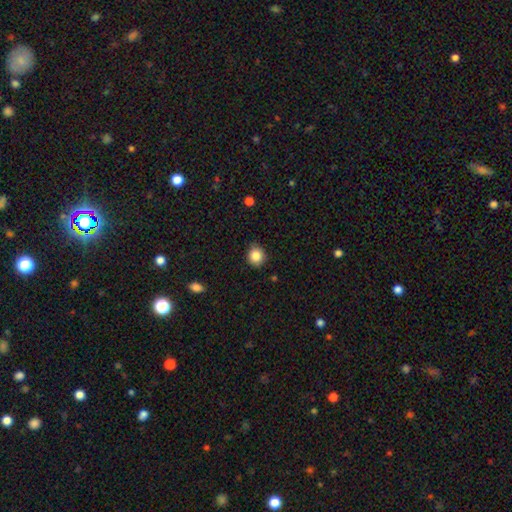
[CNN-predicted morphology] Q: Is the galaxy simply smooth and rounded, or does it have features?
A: smooth — 85%.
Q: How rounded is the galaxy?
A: round — 82%.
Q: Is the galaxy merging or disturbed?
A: none — 84%.